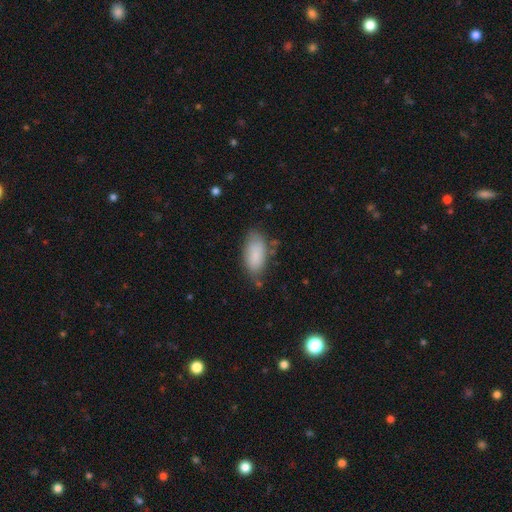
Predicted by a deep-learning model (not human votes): smooth-or-featured: smooth: 86% | featured or disk: 8% | star or artifact: 6%
  how-rounded: in between: 91% | cigar-shaped: 7% | round: 2%
  merging: none: 69% | minor disturbance: 22% | major disturbance: 6% | merger: 4%